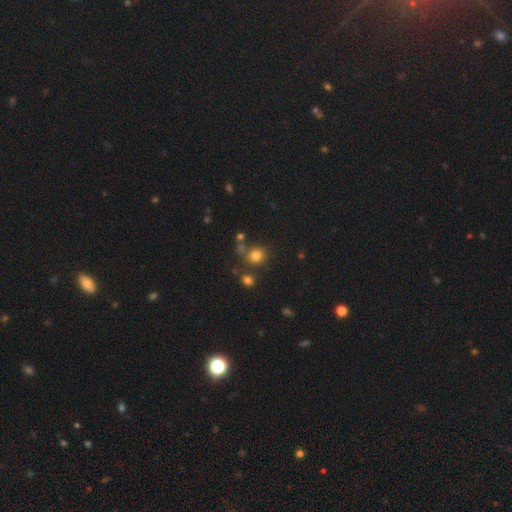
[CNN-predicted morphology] smooth 77%, star or artifact 16%, featured or disk 7%. Down the decision tree: how rounded — round (85%); merging — none (72%).